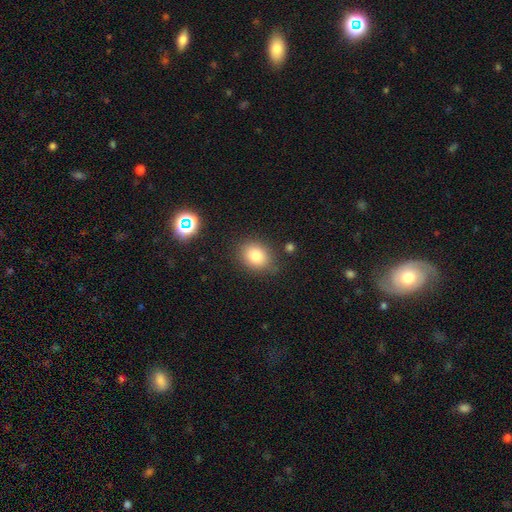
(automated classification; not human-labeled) Q: Smooth or featured?
A: smooth (81%); runner-up: star or artifact (11%)
Q: How rounded?
A: round (56%); runner-up: in between (43%)
Q: Merging?
A: none (81%); runner-up: minor disturbance (13%)